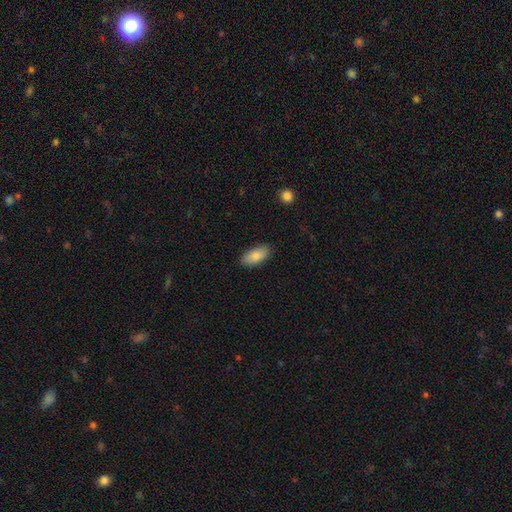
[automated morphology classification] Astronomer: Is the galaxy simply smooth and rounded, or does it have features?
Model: smooth — 86%.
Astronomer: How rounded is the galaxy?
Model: in between — 90%.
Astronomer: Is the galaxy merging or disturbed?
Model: none — 86%.